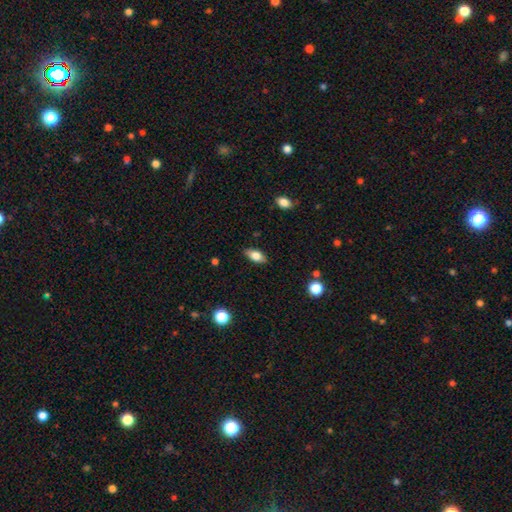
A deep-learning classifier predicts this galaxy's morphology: Overall: smooth (72%). How rounded: in between (85%). Merging: none (85%).